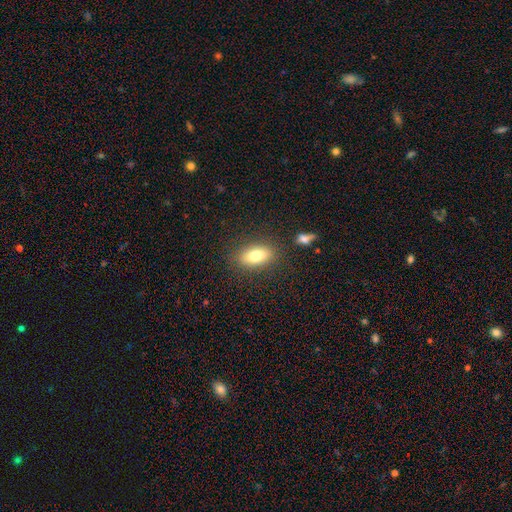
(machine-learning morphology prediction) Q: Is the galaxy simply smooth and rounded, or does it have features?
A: smooth — 78%.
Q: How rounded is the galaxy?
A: in between — 85%.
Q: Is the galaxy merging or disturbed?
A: none — 83%.